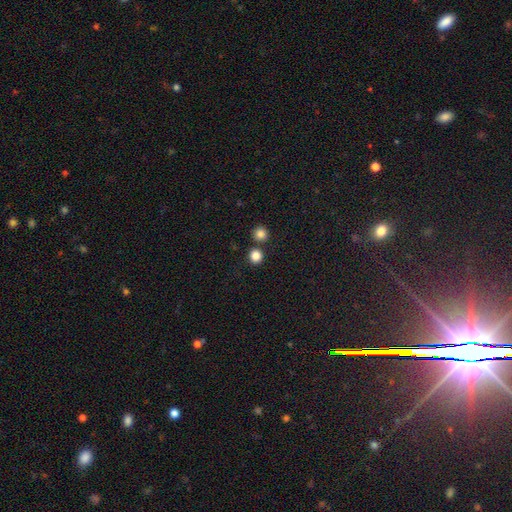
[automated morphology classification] Smooth or featured: smooth — 84% (star or artifact — 12%)
How rounded: round — 90% (in between — 9%)
Merging: none — 79% (merger — 13%)